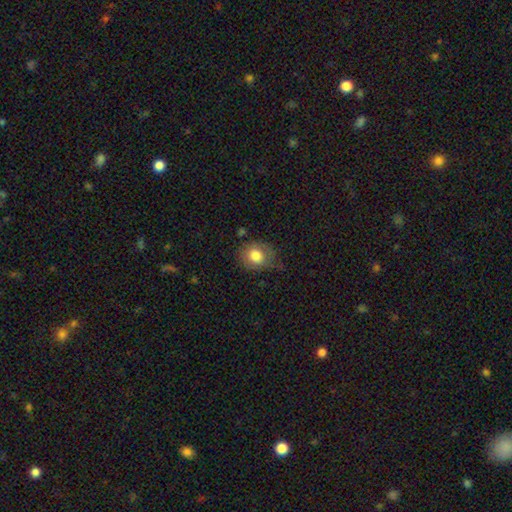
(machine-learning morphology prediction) This is likely a smooth galaxy (79%). How rounded: likely round (68%). Merging: likely none (63%).